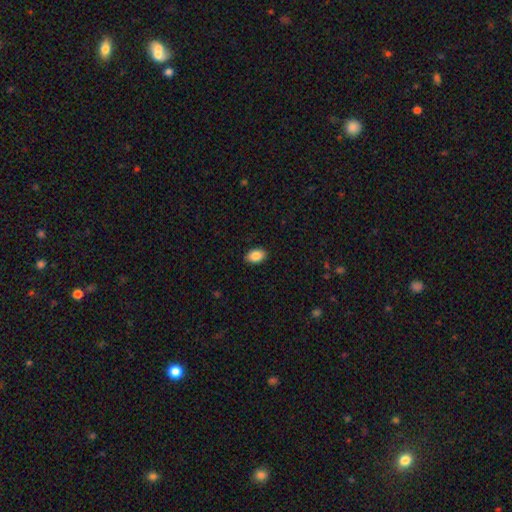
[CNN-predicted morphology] This appears to be a smooth galaxy with no disk features (88%) that is in between round and cigar-shaped (91%). Merging: none (90%).